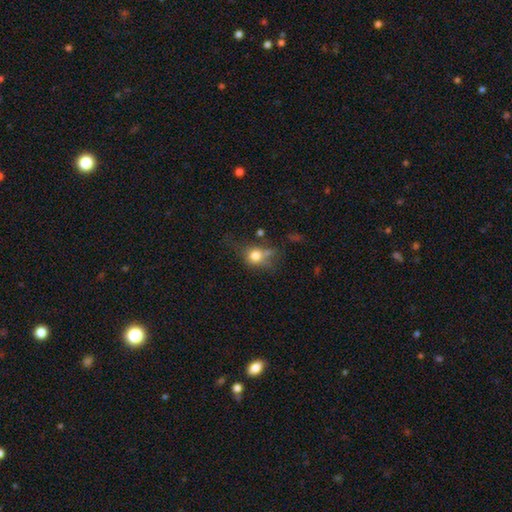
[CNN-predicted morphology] A smooth galaxy with no disk features (72%) that is round (66%).

Vote fractions:
- Smooth or featured? smooth: 72% / featured or disk: 15% / star or artifact: 13%
- How rounded? round: 66% / in between: 32% / cigar-shaped: 2%
- Merging? none: 44% / minor disturbance: 25% / major disturbance: 19% / merger: 12%